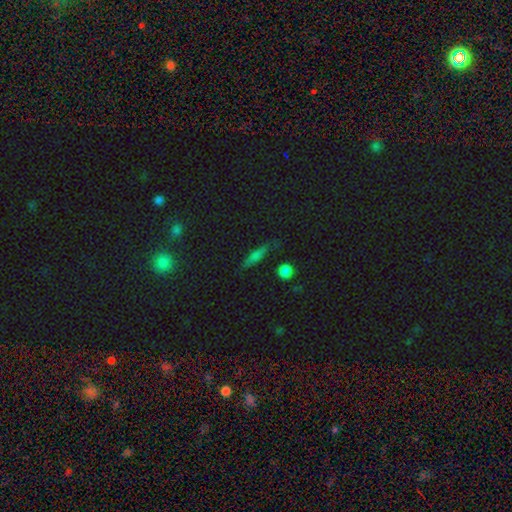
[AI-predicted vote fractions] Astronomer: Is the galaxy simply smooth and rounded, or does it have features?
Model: smooth — 51% (runner-up: featured or disk, 33%).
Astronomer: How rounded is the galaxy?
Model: cigar-shaped — 72%.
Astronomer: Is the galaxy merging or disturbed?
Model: none — 81%.